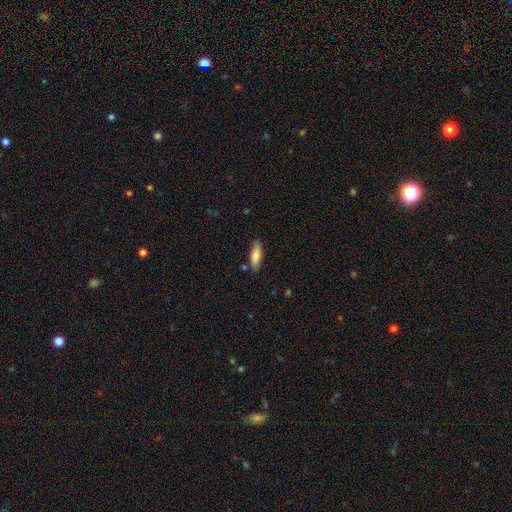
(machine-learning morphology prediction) Overall: smooth (80%). How rounded: in between (50%; cigar-shaped 49%). Merging: none (83%).